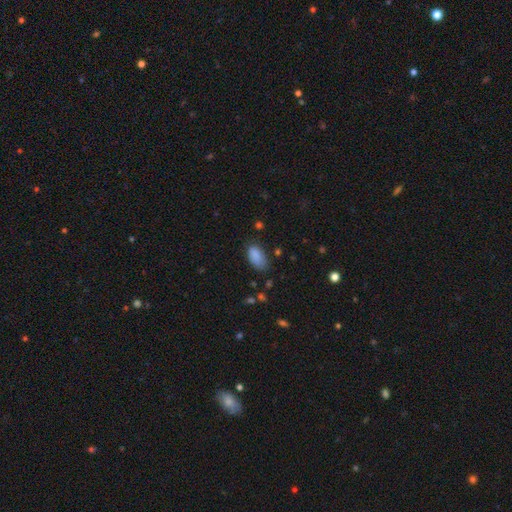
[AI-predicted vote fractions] smooth 88%, star or artifact 8%, featured or disk 5%. Down the decision tree: how rounded — in between (94%); merging — none (67%).